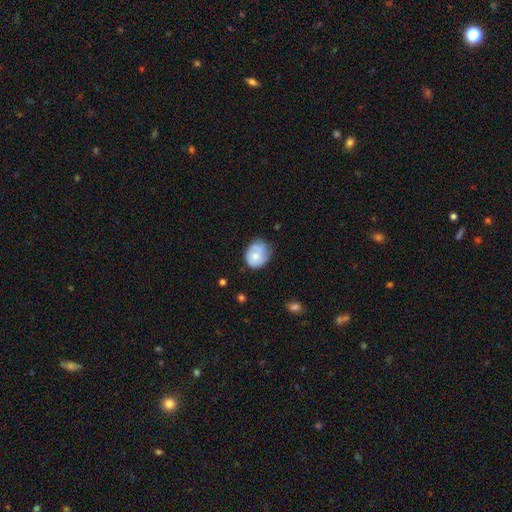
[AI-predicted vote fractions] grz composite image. It shows a smooth galaxy with no disk features (62%) that is round (59%). Merging: none (56%).